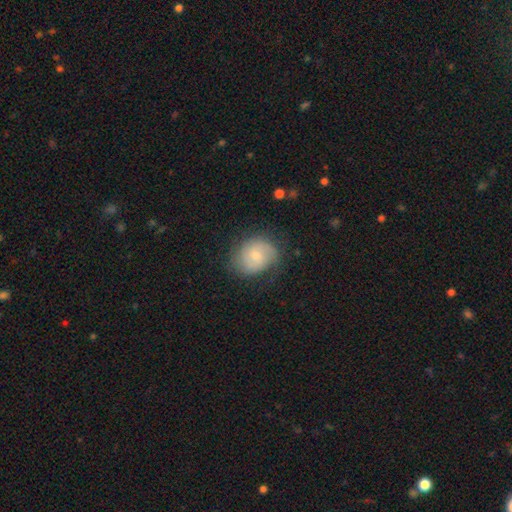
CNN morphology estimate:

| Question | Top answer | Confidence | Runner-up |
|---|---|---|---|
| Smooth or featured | featured or disk | 50% | smooth (42%) |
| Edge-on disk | no | 97% | yes (3%) |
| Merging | none | 69% | minor disturbance (22%) |